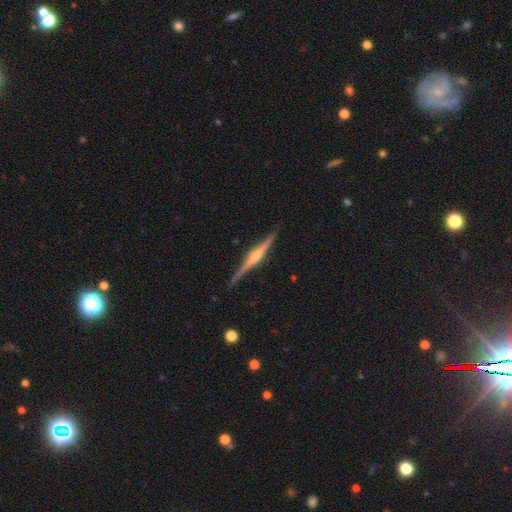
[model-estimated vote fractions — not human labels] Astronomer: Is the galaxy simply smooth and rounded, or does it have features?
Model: featured or disk — 86%.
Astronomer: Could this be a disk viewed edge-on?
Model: yes — 98%.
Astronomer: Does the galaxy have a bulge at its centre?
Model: rounded — 84%.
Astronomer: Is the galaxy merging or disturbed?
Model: none — 90%.